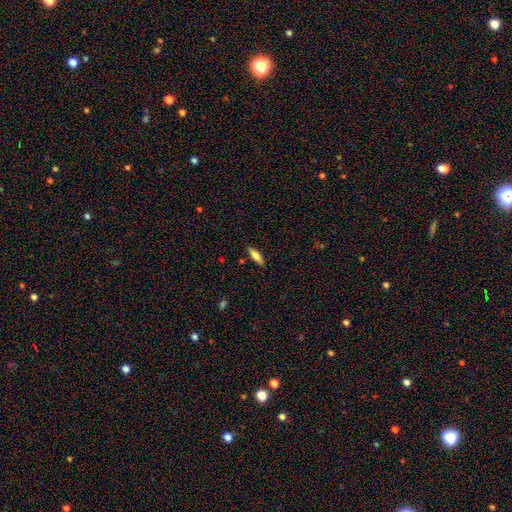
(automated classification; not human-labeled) This is likely a smooth galaxy (74%). How rounded: possibly in between (52%). Merging: clearly none (85%).